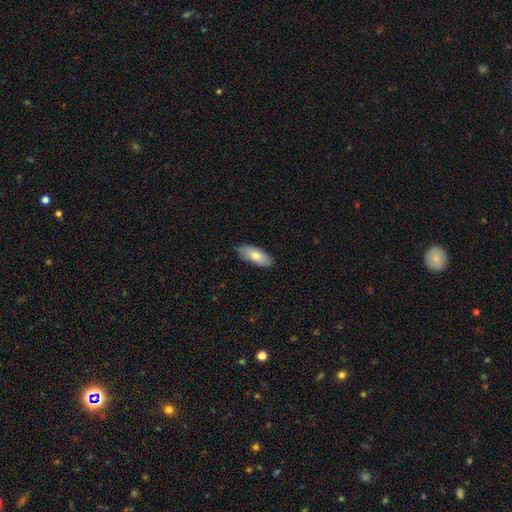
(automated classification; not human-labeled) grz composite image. It shows a smooth galaxy with no disk features (80%) that is in between round and cigar-shaped (83%). Merging: none (85%).